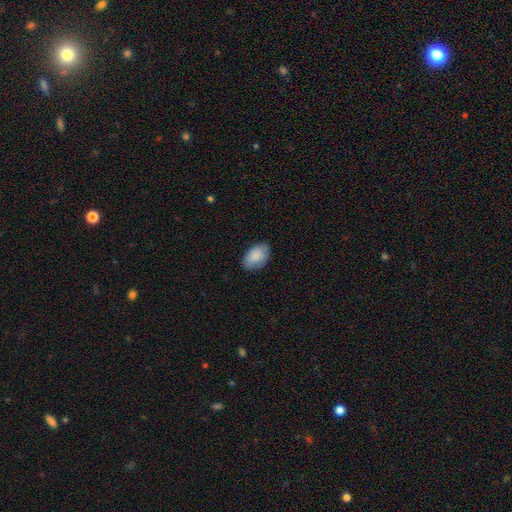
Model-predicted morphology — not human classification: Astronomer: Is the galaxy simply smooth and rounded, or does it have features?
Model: smooth — 87%.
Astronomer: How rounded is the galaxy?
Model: in between — 91%.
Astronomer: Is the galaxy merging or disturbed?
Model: none — 81%.